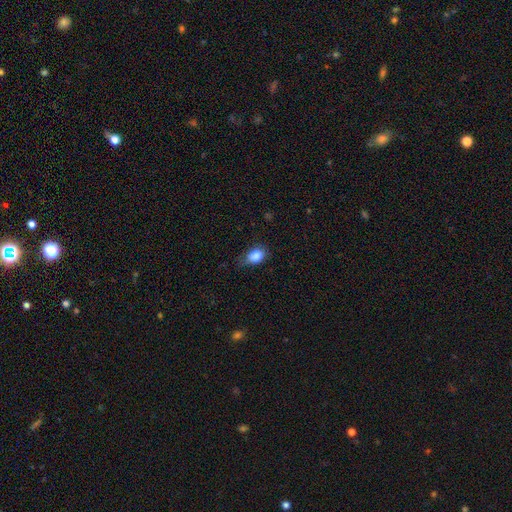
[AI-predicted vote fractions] This is clearly a smooth galaxy (85%). How rounded: likely in between (69%). Merging: possibly none (53%).